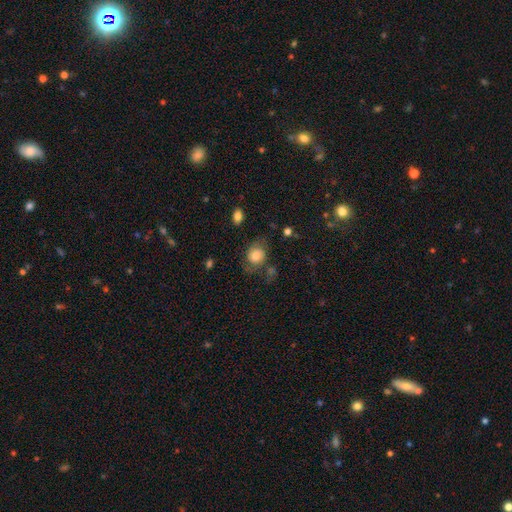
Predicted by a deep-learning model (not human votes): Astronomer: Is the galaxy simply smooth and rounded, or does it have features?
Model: smooth — 57% (runner-up: featured or disk, 33%).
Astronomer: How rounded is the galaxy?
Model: round — 63%.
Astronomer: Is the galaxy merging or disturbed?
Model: none — 57%.